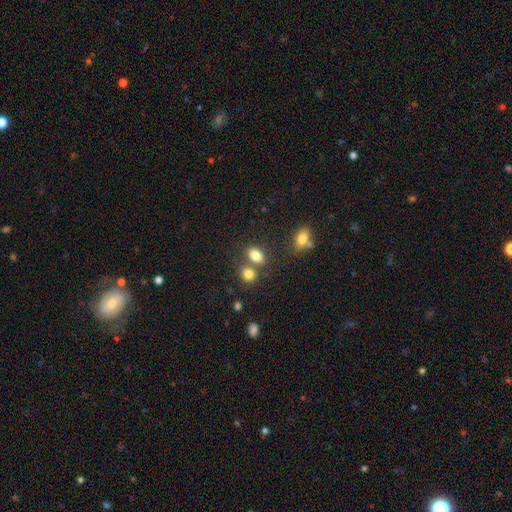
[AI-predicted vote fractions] Overall: smooth (83%). How rounded: in between (83%). Merging: none (57%; merger 28%).